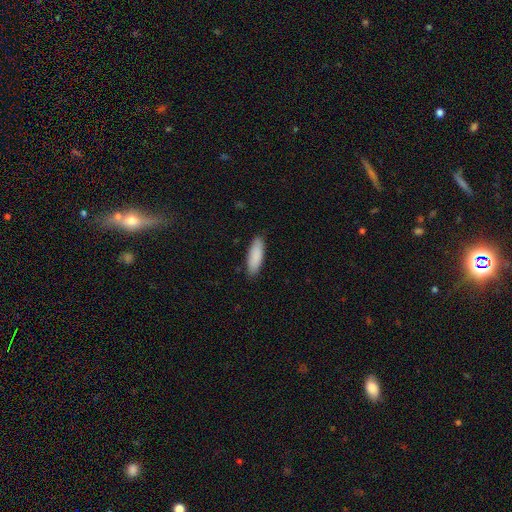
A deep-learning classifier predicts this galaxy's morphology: Overall: smooth (89%). How rounded: in between (60%; cigar-shaped 39%). Merging: none (87%).